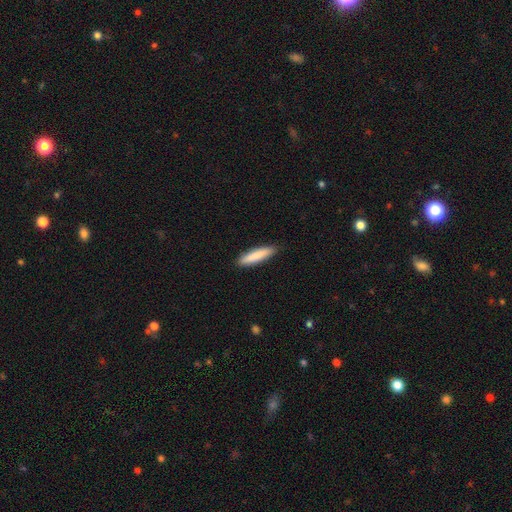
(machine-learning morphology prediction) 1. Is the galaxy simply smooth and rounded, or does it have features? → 85% smooth, 10% featured or disk, 5% star or artifact.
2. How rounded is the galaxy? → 81% cigar-shaped, 17% in between, 1% round.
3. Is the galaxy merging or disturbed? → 89% none, 8% minor disturbance, 2% major disturbance, 1% merger.